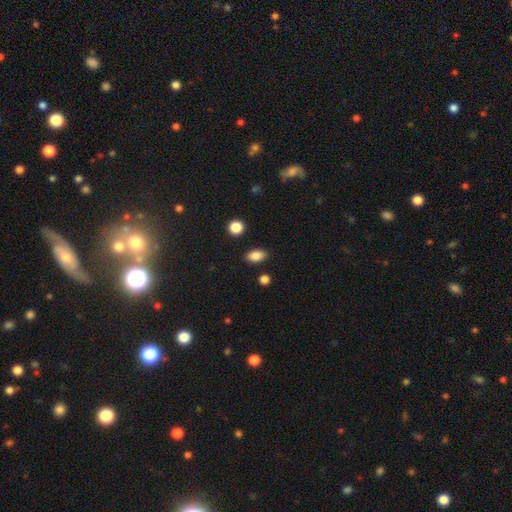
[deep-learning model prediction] Overall: smooth (87%). How rounded: in between (85%). Merging: none (87%).